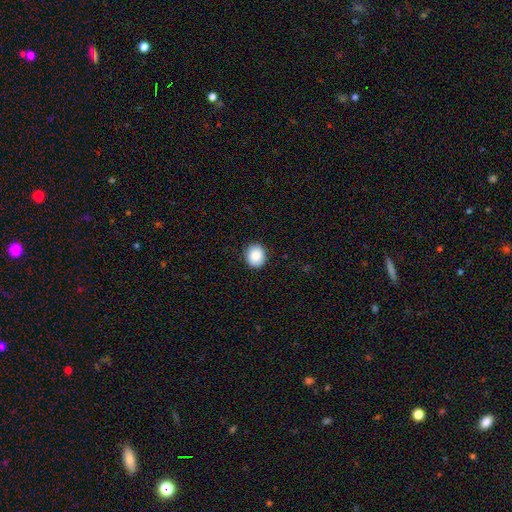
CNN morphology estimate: A smooth galaxy with no disk features (89%) that is round (73%). Merging: none (90%).